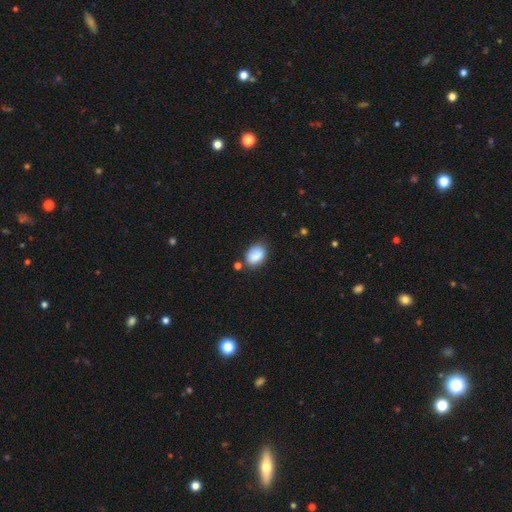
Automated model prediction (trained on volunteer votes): The model was most divided on "merging": none: 71%, minor disturbance: 19%, merger: 6%, major disturbance: 4%. More confident: smooth or featured — smooth (88%); how rounded — in between (81%).